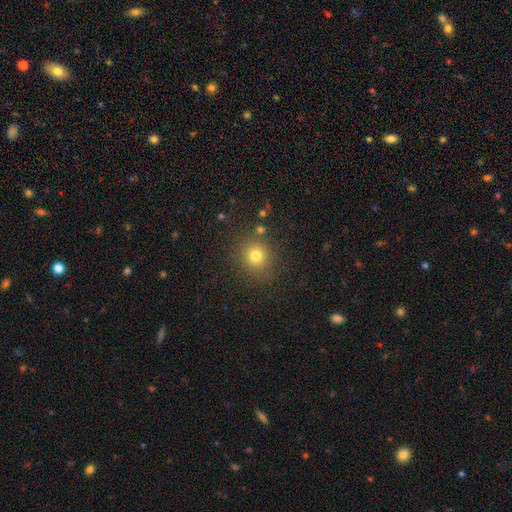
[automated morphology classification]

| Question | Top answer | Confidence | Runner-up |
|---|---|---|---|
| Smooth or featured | smooth | 77% | star or artifact (15%) |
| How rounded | round | 88% | in between (11%) |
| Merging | none | 84% | minor disturbance (9%) |